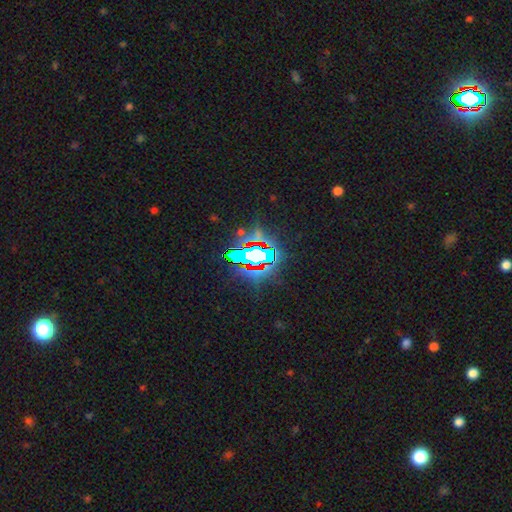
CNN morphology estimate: This is likely a star or artifact rather than a galaxy (72%).